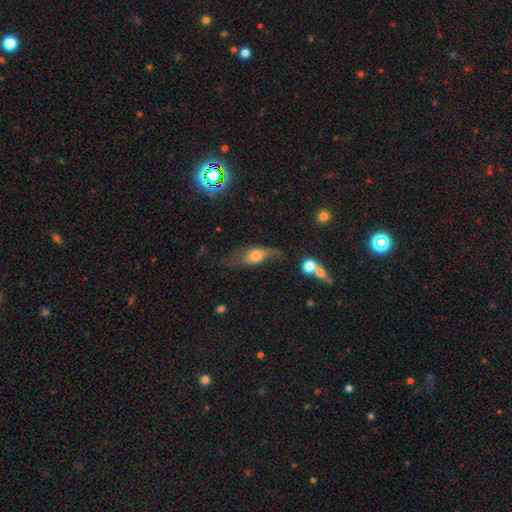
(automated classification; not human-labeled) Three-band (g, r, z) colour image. It shows a smooth galaxy with no disk features (49%). Merging: none (38%).